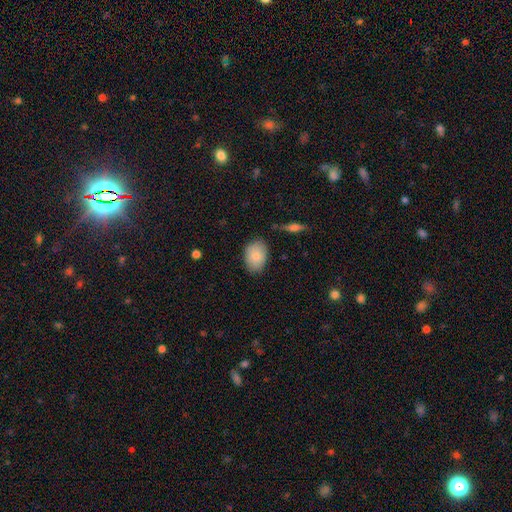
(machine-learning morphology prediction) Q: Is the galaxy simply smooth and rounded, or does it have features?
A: smooth — 83%.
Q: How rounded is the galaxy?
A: in between — 83%.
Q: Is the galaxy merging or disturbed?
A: none — 81%.